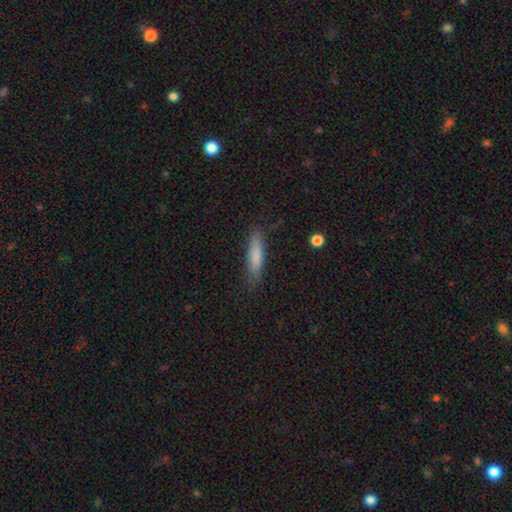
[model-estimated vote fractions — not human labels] smooth_or_featured: smooth (p=0.79) [alt: featured or disk p=0.15]
how_rounded: cigar-shaped (p=0.79) [alt: in between p=0.20]
merging: none (p=0.81) [alt: minor disturbance p=0.14]